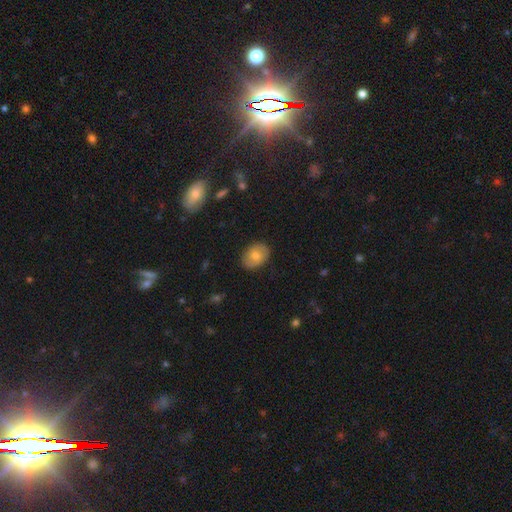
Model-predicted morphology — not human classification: Smooth or featured? smooth (68%)
How rounded? in between (68%)
Merging? none (85%)